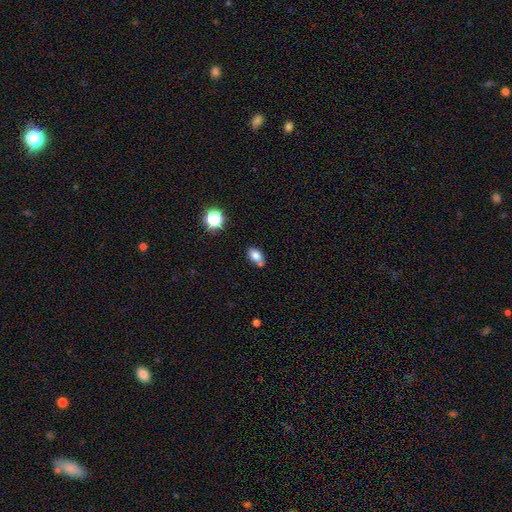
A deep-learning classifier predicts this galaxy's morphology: Smooth or featured? Predicted: smooth (p=0.80). How rounded? Predicted: in between (p=0.81). Merging? Predicted: none (p=0.54).